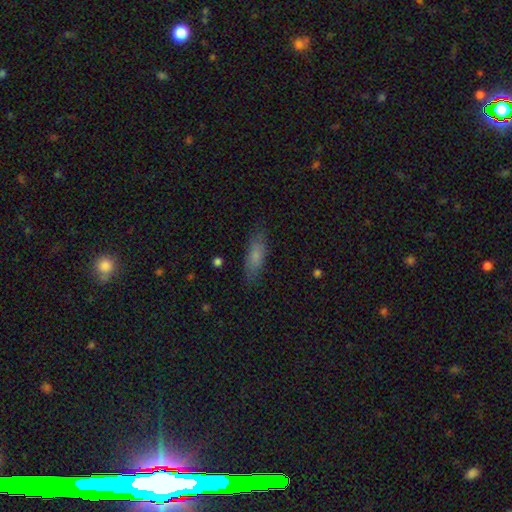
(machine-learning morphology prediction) This appears to be a smooth galaxy with no disk features (76%) that is in between round and cigar-shaped (52%). Merging: none (82%).